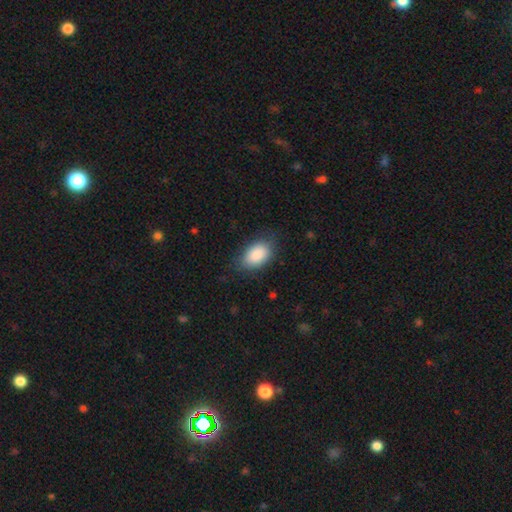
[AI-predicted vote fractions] A smooth galaxy with no disk features (89%) that is in between round and cigar-shaped (91%). Merging: none (79%).